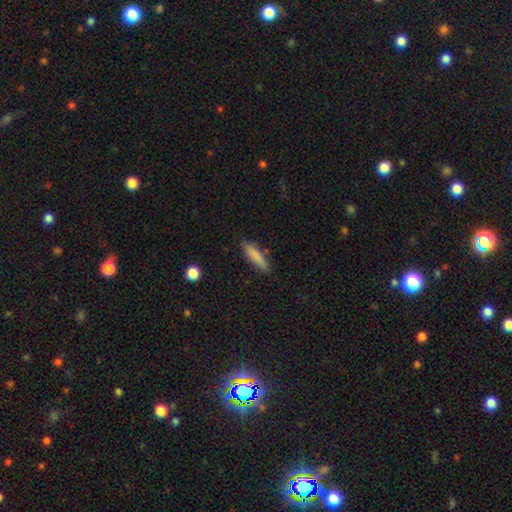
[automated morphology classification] This is clearly a smooth galaxy (83%). How rounded: likely cigar-shaped (76%). Merging: clearly none (83%).